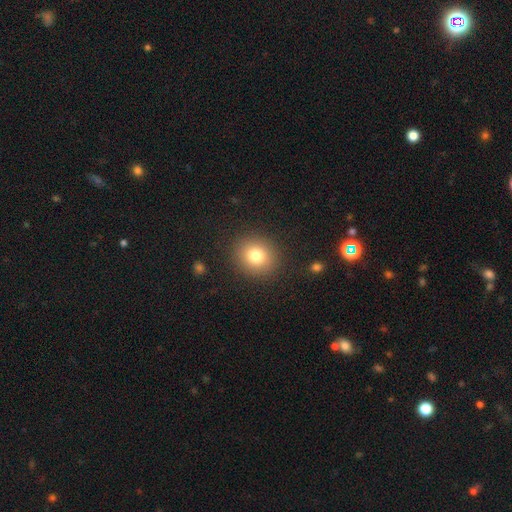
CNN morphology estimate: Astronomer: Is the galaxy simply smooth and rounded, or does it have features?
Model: smooth — 79%.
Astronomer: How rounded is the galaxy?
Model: round — 81%.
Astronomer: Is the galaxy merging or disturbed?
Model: none — 89%.